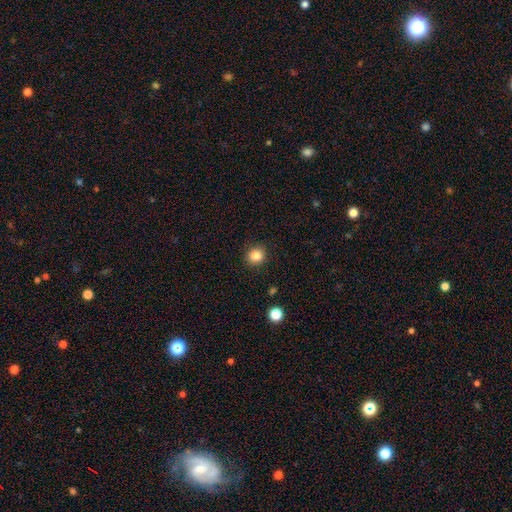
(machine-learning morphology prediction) type=smooth (84%); roundness=round (87%); merging=none (90%).